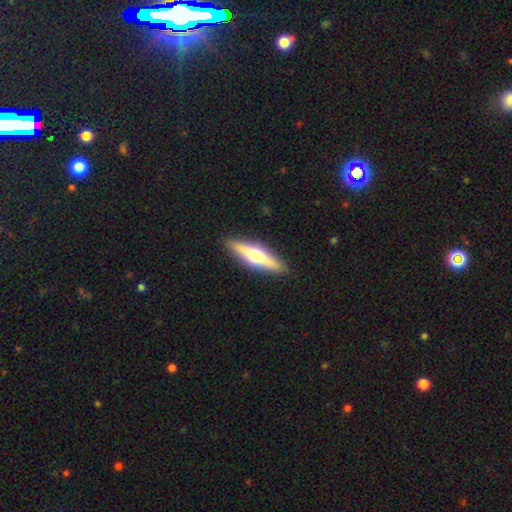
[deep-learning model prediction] This appears to be a featured or disk galaxy (52%) viewed edge-on (94%). Merging: none (89%).